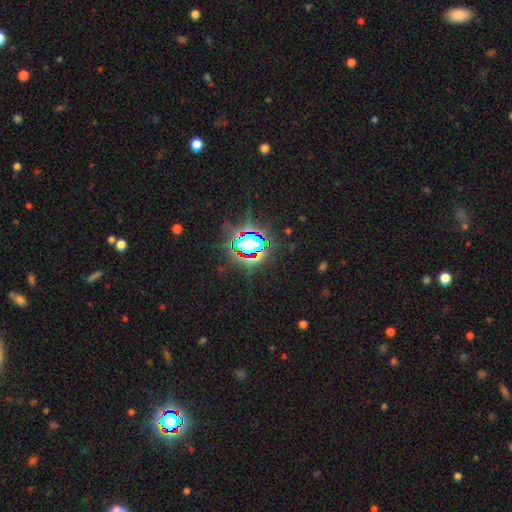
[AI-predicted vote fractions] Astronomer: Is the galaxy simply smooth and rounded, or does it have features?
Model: star or artifact — 84%.